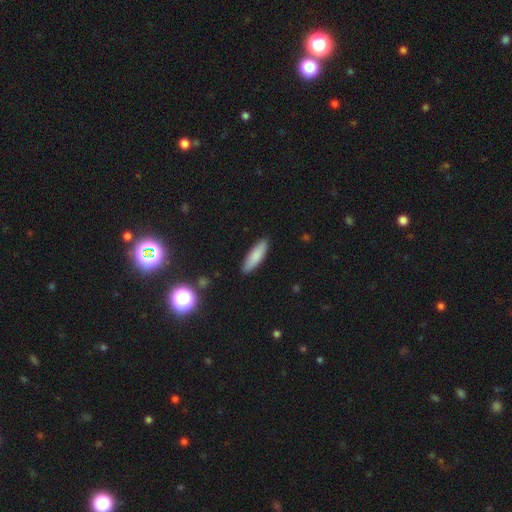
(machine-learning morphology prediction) Smooth or featured? smooth (84%)
How rounded? cigar-shaped (57%)
Merging? none (88%)